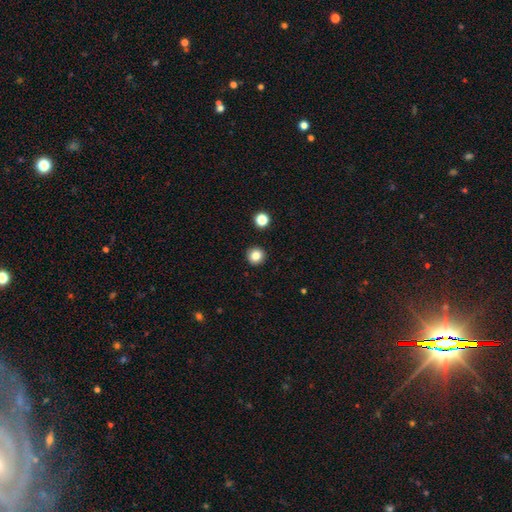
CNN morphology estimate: The model was most divided on "smooth or featured": smooth: 83%, star or artifact: 11%, featured or disk: 6%. More confident: how rounded — round (94%); merging — none (92%).